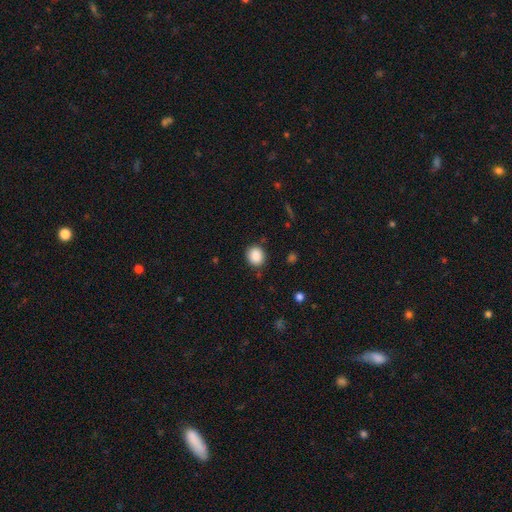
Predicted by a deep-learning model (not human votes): Smooth or featured: smooth — 88% (star or artifact — 9%)
How rounded: round — 76% (in between — 23%)
Merging: none — 85% (minor disturbance — 10%)